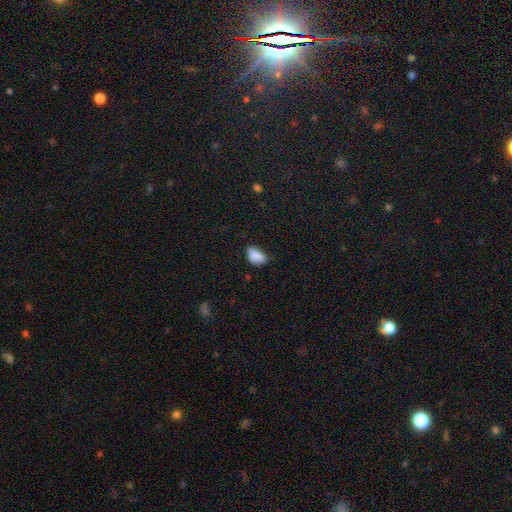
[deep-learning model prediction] Morphology: type=smooth (85%); roundness=in between (88%); merging=none (54%).